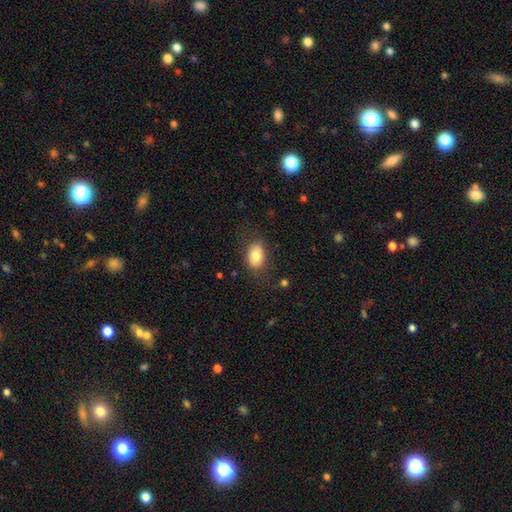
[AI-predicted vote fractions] A smooth galaxy with no disk features (80%) that is in between round and cigar-shaped (82%). Merging: none (75%).